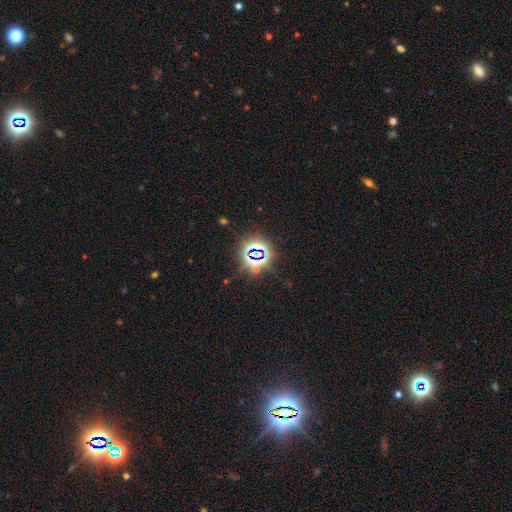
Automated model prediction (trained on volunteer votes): The model was most divided on "smooth or featured": star or artifact: 79%, smooth: 13%, featured or disk: 8%.